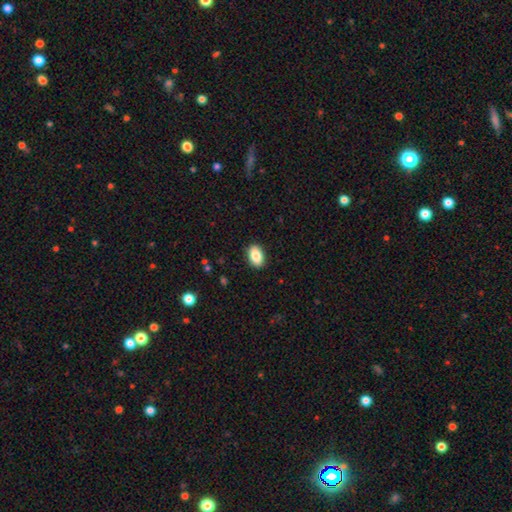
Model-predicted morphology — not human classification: A smooth galaxy with no disk features (87%) that is in between round and cigar-shaped (90%). Merging: none (90%).